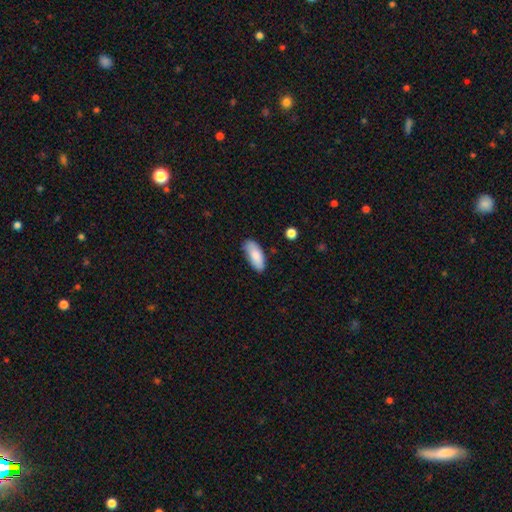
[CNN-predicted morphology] Smooth or featured? smooth (84%)
How rounded? in between (85%)
Merging? none (75%)